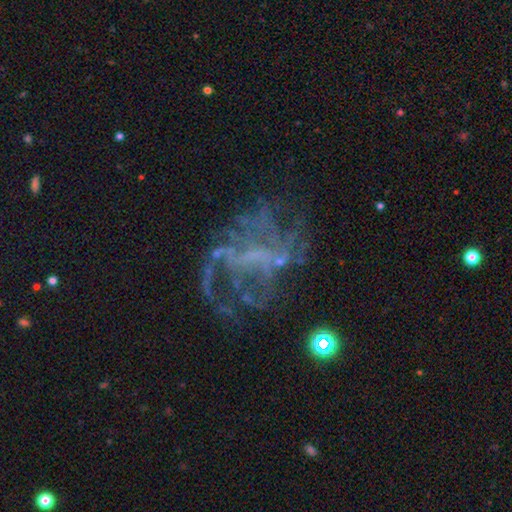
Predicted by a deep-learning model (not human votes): Smooth or featured? featured or disk (70%)
Edge-on disk? no (97%)
Bar? no (57%)
Spiral arms? yes (52%)
Bulge size? none (68%)
Merging? none (47%)